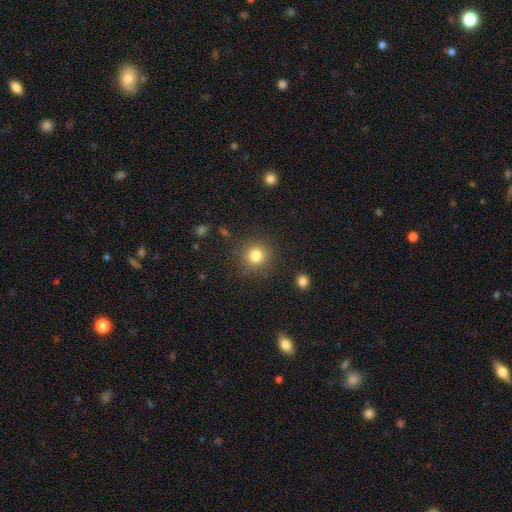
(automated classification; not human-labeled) Smooth or featured? smooth (81%)
How rounded? round (93%)
Merging? none (87%)